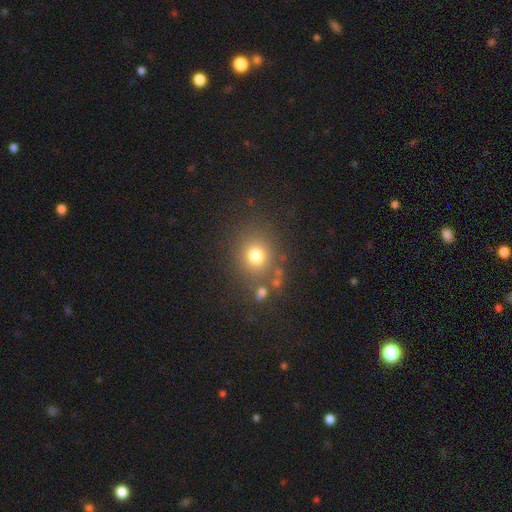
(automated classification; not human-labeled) This appears to be a smooth galaxy with no disk features (75%) that is round (80%). Merging: none (79%).